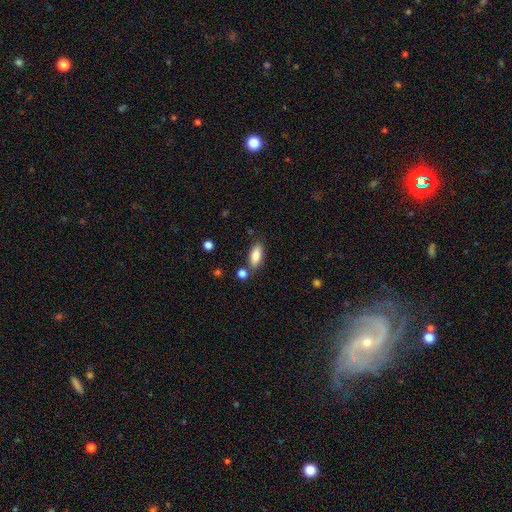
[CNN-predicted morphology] Smooth or featured?
  - smooth: 86% *
  - featured or disk: 8%
  - star or artifact: 7%
How rounded?
  - in between: 80% *
  - cigar-shaped: 18%
  - round: 2%
Merging?
  - none: 77% *
  - minor disturbance: 12%
  - merger: 8%
  - major disturbance: 3%